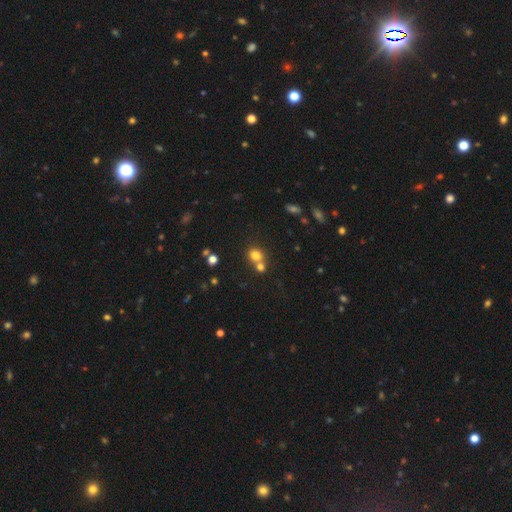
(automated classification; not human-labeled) A smooth galaxy with no disk features (76%) that is round (77%).

Vote fractions:
- Smooth or featured? smooth: 76% / star or artifact: 15% / featured or disk: 9%
- How rounded? round: 77% / in between: 22% / cigar-shaped: 1%
- Merging? none: 48% / merger: 42% / minor disturbance: 7% / major disturbance: 3%